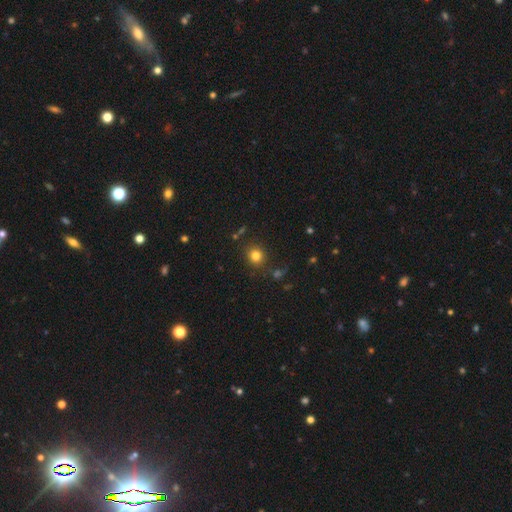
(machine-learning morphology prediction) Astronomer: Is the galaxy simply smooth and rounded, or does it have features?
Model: smooth — 80%.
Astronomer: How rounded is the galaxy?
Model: round — 87%.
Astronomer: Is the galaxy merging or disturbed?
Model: none — 86%.